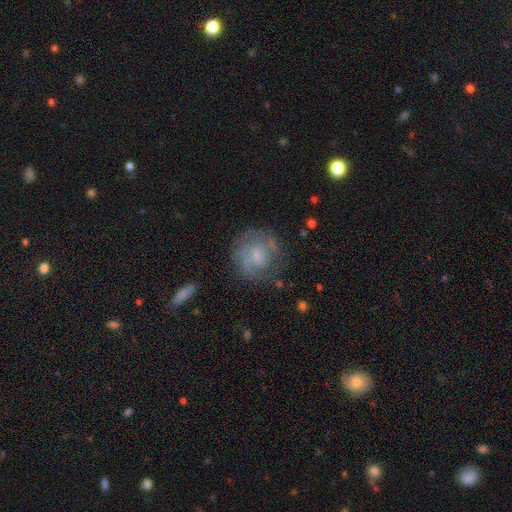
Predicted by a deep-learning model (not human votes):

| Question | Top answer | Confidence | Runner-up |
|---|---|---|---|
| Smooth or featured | featured or disk | 61% | smooth (30%) |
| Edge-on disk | no | 97% | yes (3%) |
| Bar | no | 49% | weak (43%) |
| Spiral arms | yes | 75% | no (25%) |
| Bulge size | small | 52% | moderate (24%) |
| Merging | none | 66% | minor disturbance (19%) |